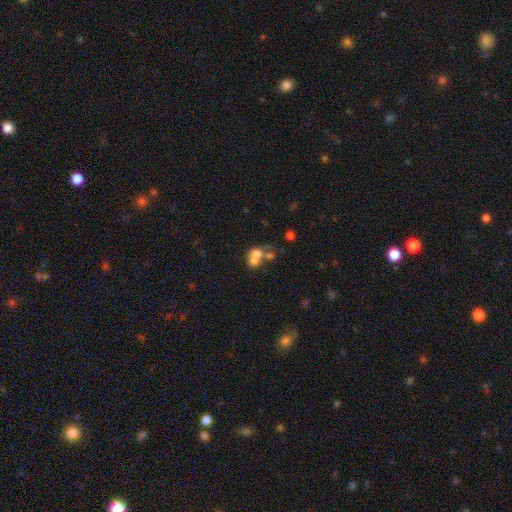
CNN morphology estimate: smooth_or_featured: smooth (p=0.61) [alt: featured or disk p=0.26]
how_rounded: round (p=0.60) [alt: in between p=0.39]
merging: merger (p=0.63) [alt: none p=0.23]